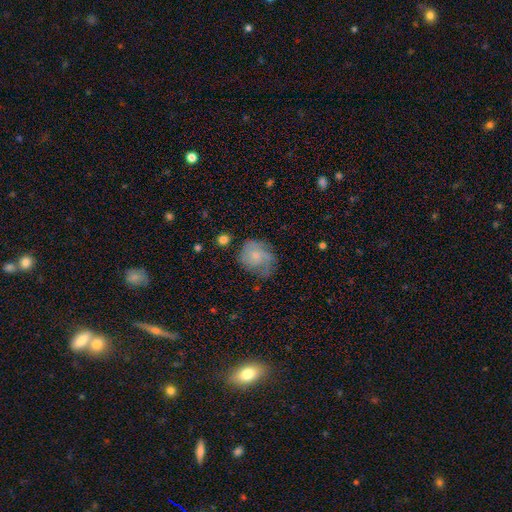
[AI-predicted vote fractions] A featured or disk galaxy (47%). Merging: none (48%).